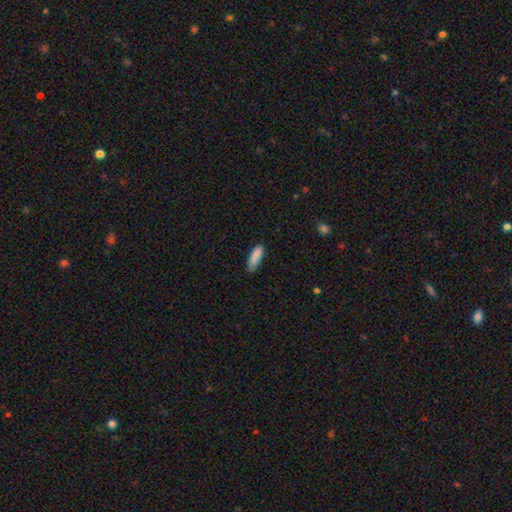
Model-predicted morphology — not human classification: Smooth or featured: smooth — 87% (star or artifact — 7%)
How rounded: in between — 55% (cigar-shaped — 43%)
Merging: none — 72% (minor disturbance — 23%)